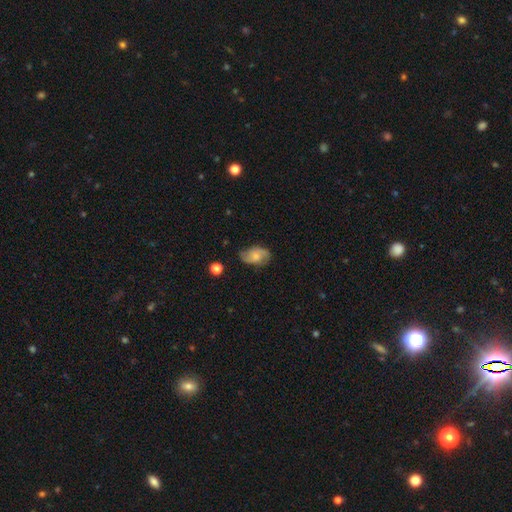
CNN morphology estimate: Smooth or featured? featured or disk (53%)
Edge-on disk? no (96%)
Bar? no (66%)
Spiral arms? yes (89%)
Bulge size? moderate (39%)
Merging? none (69%)